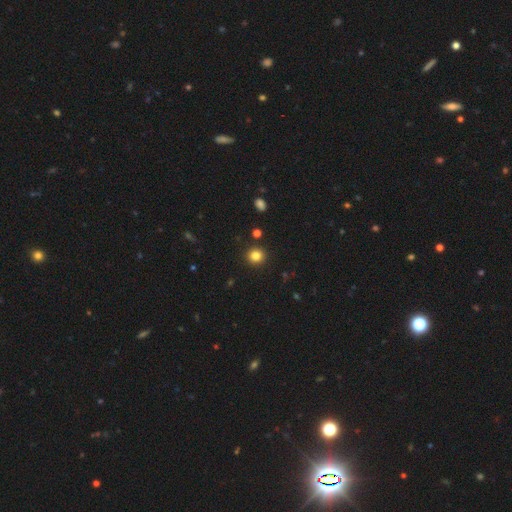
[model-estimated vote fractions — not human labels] Q: Smooth or featured?
A: smooth (83%); runner-up: star or artifact (12%)
Q: How rounded?
A: round (90%); runner-up: in between (9%)
Q: Merging?
A: none (91%); runner-up: minor disturbance (5%)